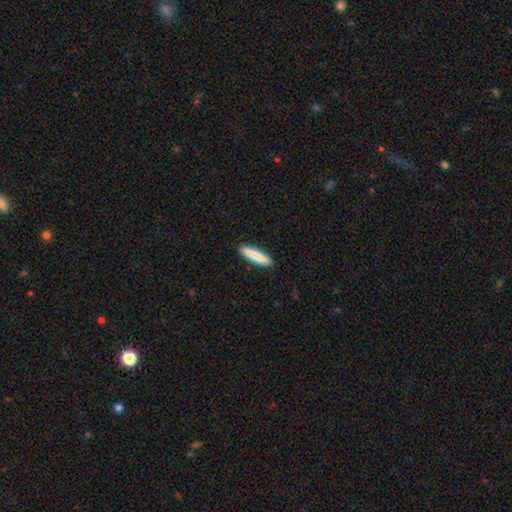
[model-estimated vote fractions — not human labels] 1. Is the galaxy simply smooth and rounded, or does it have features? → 85% smooth, 10% featured or disk, 5% star or artifact.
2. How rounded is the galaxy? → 86% cigar-shaped, 13% in between, 1% round.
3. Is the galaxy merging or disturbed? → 91% none, 6% minor disturbance, 1% major disturbance, 1% merger.